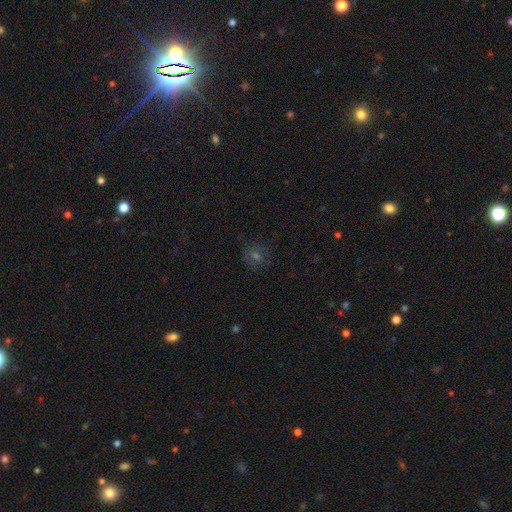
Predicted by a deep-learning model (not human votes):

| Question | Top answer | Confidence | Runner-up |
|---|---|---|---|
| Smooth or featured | smooth | 42% | star or artifact (29%) |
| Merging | none | 81% | minor disturbance (12%) |